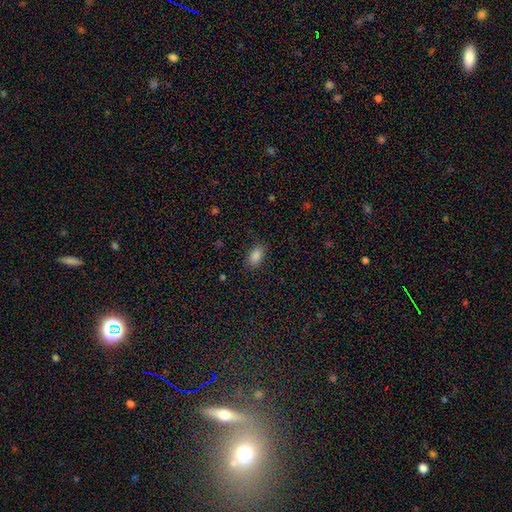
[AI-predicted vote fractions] The model was most divided on "merging": none: 86%, minor disturbance: 11%, major disturbance: 3%, merger: 1%. More confident: how rounded — in between (91%); smooth or featured — smooth (86%).